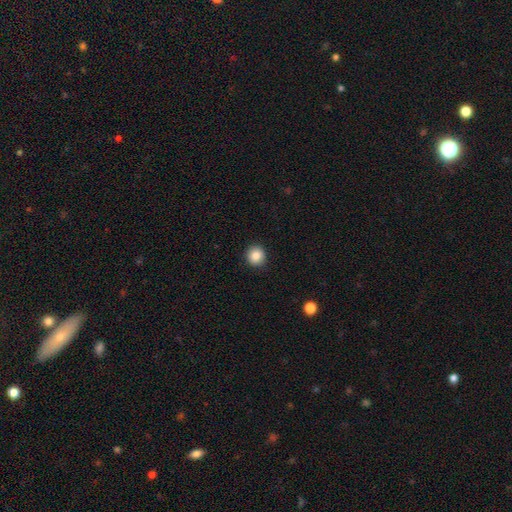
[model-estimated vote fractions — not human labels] This is clearly a smooth galaxy (84%). How rounded: clearly round (91%). Merging: clearly none (89%).